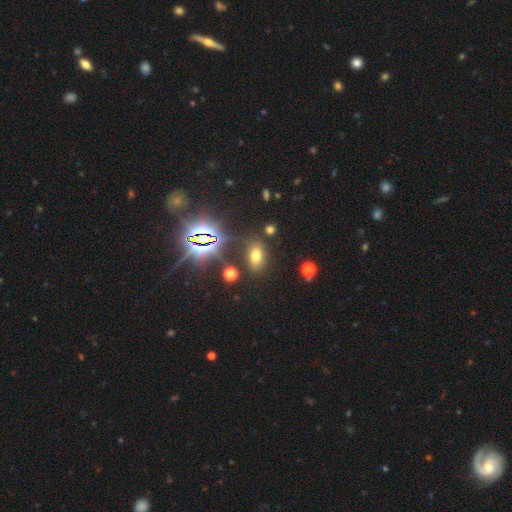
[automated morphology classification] type=smooth (60%); roundness=in between (84%); merging=none (81%).